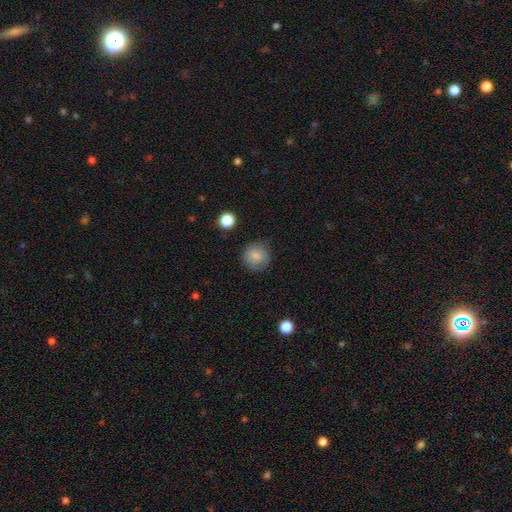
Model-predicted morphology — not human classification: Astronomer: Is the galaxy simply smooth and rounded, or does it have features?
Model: smooth — 81%.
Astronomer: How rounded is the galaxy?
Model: round — 91%.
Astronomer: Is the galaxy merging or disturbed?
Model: none — 80%.